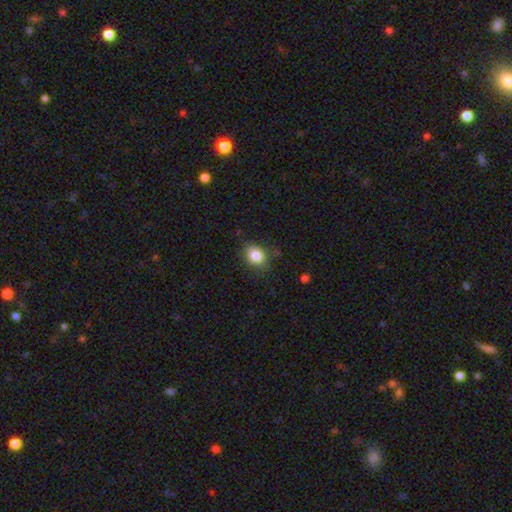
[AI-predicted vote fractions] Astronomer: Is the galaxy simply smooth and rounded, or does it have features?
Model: smooth — 84%.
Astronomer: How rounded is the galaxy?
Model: in between — 55% (runner-up: round, 44%).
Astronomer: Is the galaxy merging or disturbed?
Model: none — 82%.